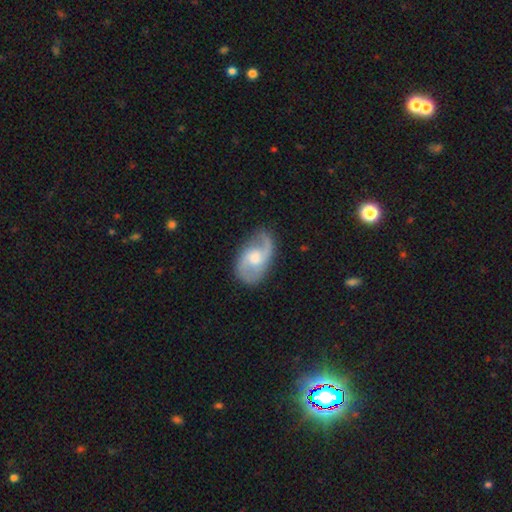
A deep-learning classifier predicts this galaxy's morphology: Overall: featured or disk (81%). Edge-on disk: no (96%). Bar: no (53%; weak 40%). Spiral arms: yes (94%). Spiral arm count: 2 (83%). Spiral winding: medium (46%; loose 36%). Bulge size: moderate (63%). Merging: none (72%).